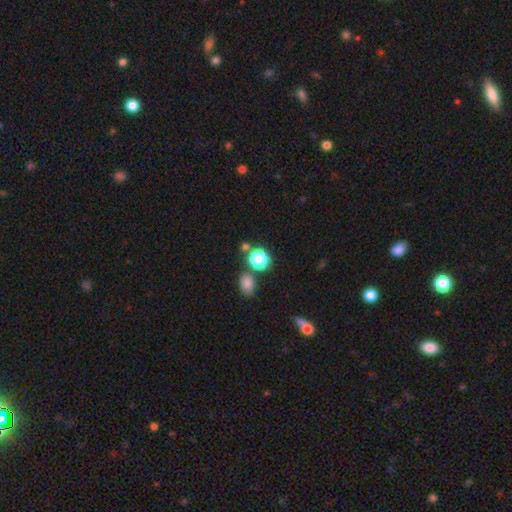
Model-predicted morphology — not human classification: The model was most divided on "smooth or featured": smooth: 47%, star or artifact: 44%, featured or disk: 9%. More confident: merging — none (74%).